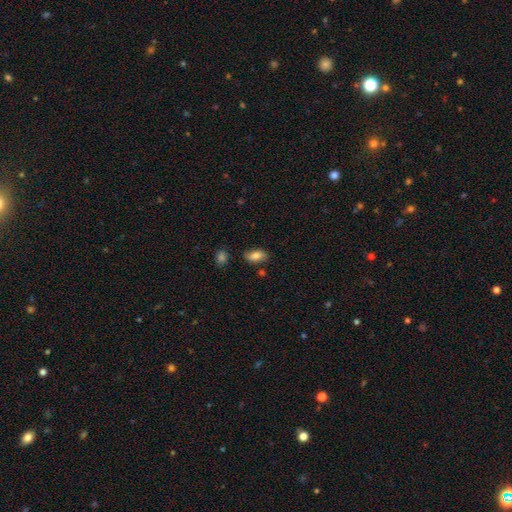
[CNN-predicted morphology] This is clearly a smooth galaxy (81%). How rounded: clearly in between (90%). Merging: likely none (78%).